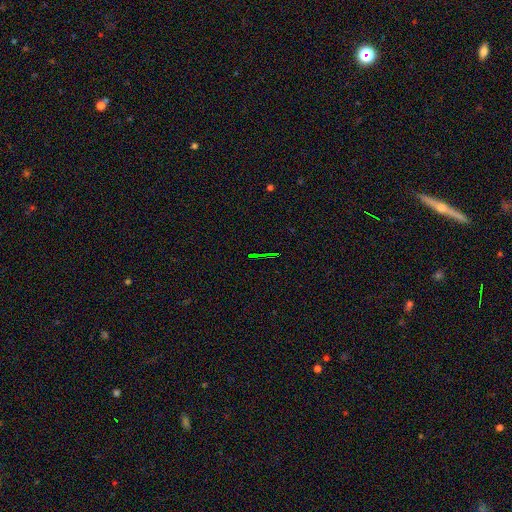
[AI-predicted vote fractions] smooth_or_featured: star or artifact (p=0.72) [alt: featured or disk p=0.14]